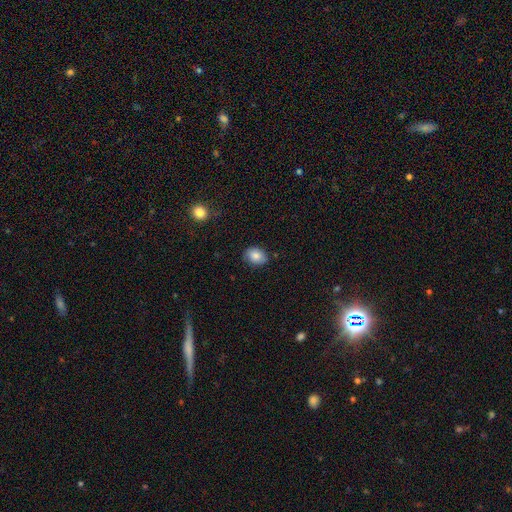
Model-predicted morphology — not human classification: The model was most divided on "how rounded": in between: 68%, round: 31%, cigar-shaped: 1%. More confident: smooth or featured — smooth (82%); merging — none (81%).